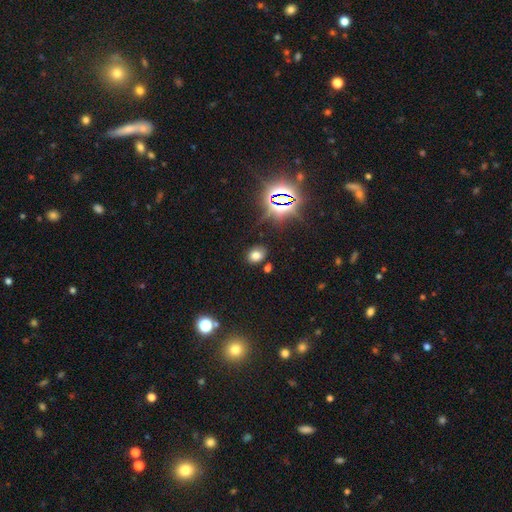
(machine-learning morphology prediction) Smooth or featured? Predicted: smooth (p=0.67). How rounded? Predicted: in between (p=0.57). Merging? Predicted: none (p=0.81).